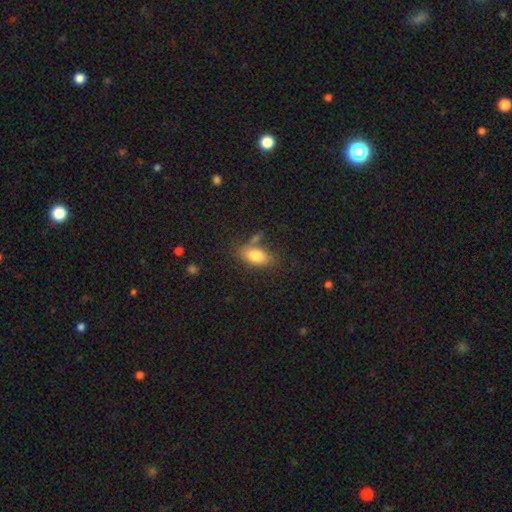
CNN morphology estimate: Smooth or featured: smooth — 80% (featured or disk — 12%)
How rounded: in between — 89% (cigar-shaped — 7%)
Merging: none — 64% (minor disturbance — 17%)